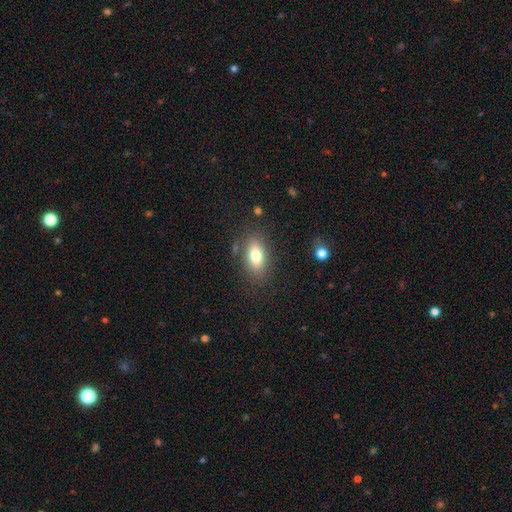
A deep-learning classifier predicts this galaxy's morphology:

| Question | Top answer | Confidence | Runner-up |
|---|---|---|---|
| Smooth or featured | smooth | 77% | featured or disk (15%) |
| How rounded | in between | 86% | cigar-shaped (7%) |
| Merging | none | 81% | minor disturbance (12%) |